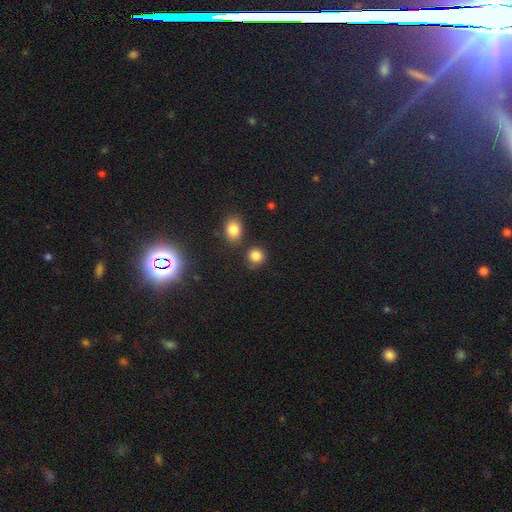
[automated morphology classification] Smooth or featured? smooth (83%)
How rounded? round (86%)
Merging? none (75%)